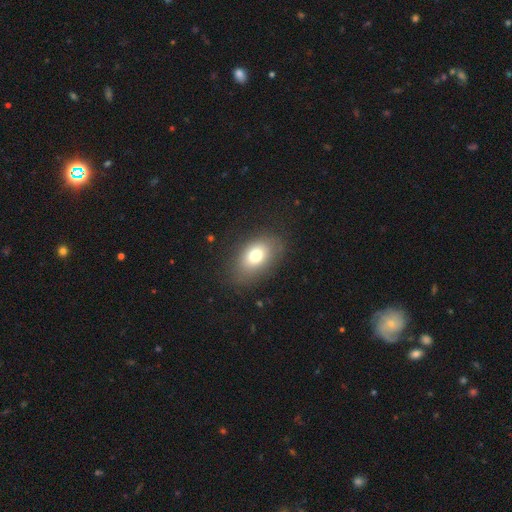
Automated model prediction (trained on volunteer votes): This is likely a smooth galaxy (74%). How rounded: clearly in between (83%). Merging: likely none (79%).